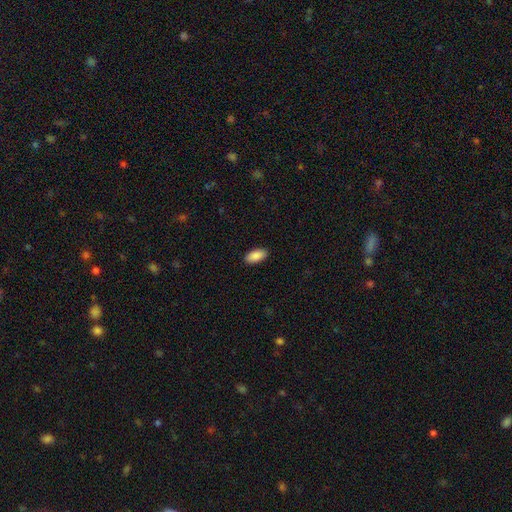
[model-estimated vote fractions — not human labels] Overall: smooth (90%). How rounded: in between (93%). Merging: none (90%).